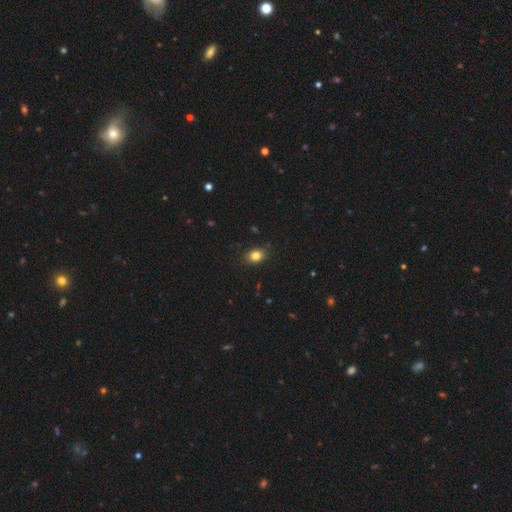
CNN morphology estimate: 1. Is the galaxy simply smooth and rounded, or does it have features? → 83% smooth, 11% star or artifact, 7% featured or disk.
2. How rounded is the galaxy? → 69% in between, 30% round, 1% cigar-shaped.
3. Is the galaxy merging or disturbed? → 85% none, 11% minor disturbance, 2% major disturbance, 1% merger.